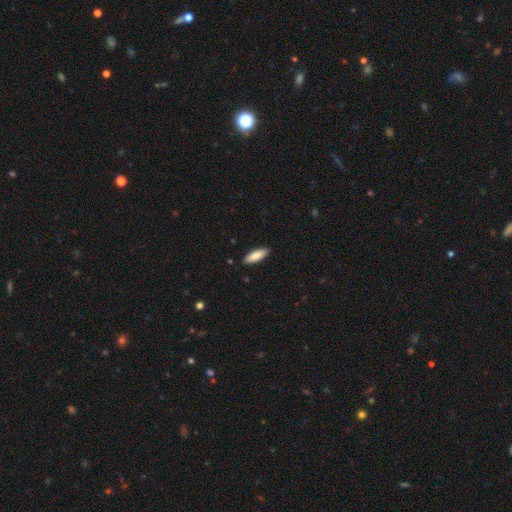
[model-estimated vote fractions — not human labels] The model was most divided on "how rounded": in between: 57%, cigar-shaped: 41%, round: 2%. More confident: merging — none (89%); smooth or featured — smooth (85%).